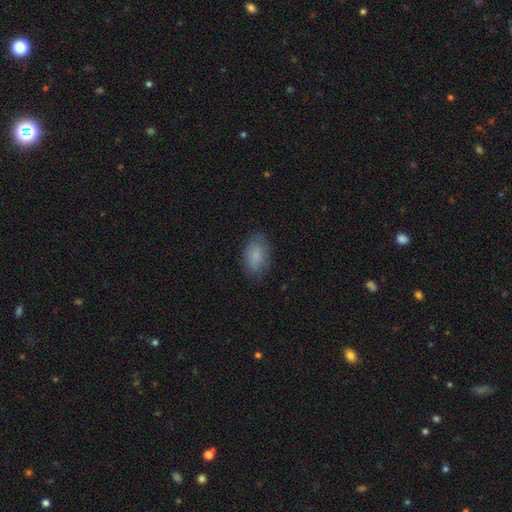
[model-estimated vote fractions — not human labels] The model was most divided on "merging": none: 82%, minor disturbance: 14%, major disturbance: 3%, merger: 1%. More confident: how rounded — in between (92%); smooth or featured — smooth (84%).